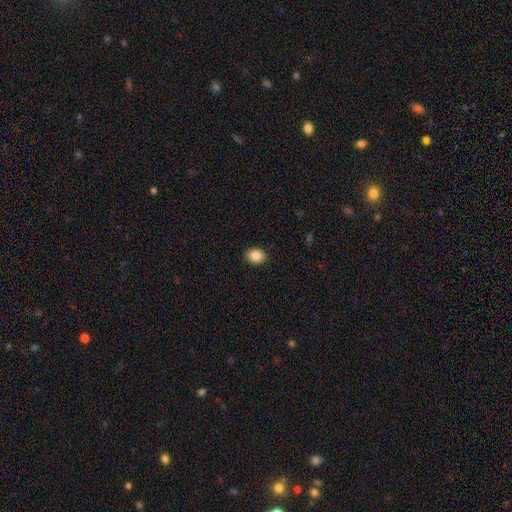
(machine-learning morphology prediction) Smooth or featured?
  - smooth: 86% *
  - star or artifact: 9%
  - featured or disk: 5%
How rounded?
  - in between: 52% *
  - round: 47%
  - cigar-shaped: 1%
Merging?
  - none: 90% *
  - minor disturbance: 7%
  - major disturbance: 2%
  - merger: 1%